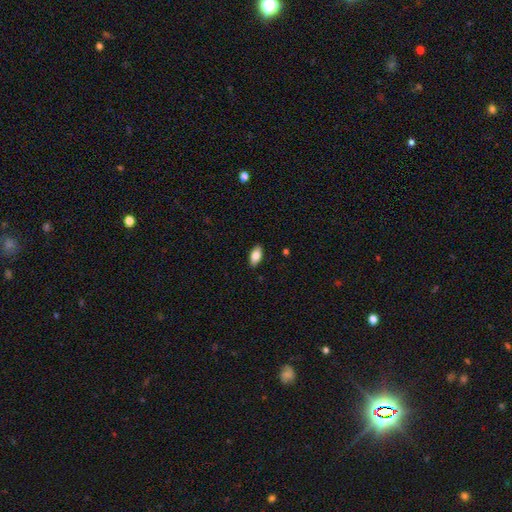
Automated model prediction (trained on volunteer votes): Smooth or featured?
  - smooth: 83% *
  - featured or disk: 10%
  - star or artifact: 7%
How rounded?
  - in between: 92% *
  - cigar-shaped: 5%
  - round: 3%
Merging?
  - none: 89% *
  - minor disturbance: 9%
  - major disturbance: 2%
  - merger: 1%